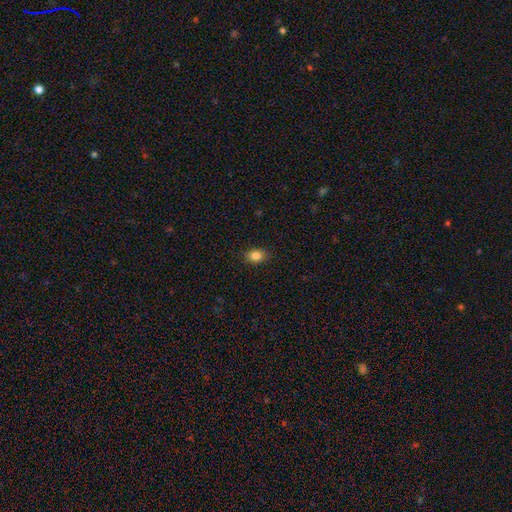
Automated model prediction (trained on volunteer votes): Q: Smooth or featured?
A: smooth (85%); runner-up: star or artifact (10%)
Q: How rounded?
A: in between (69%); runner-up: round (30%)
Q: Merging?
A: none (85%); runner-up: minor disturbance (12%)